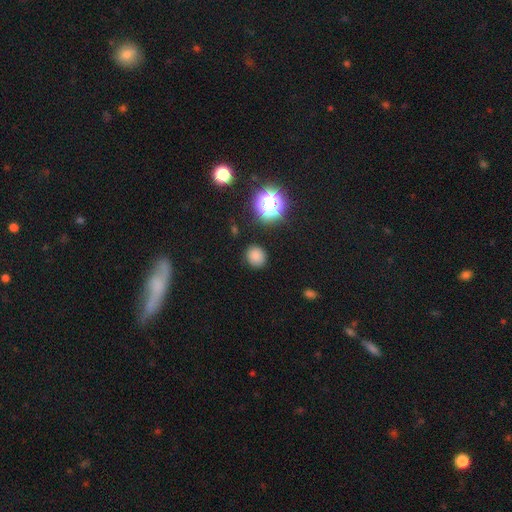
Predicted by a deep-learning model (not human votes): Q: Smooth or featured?
A: smooth (77%); runner-up: star or artifact (18%)
Q: How rounded?
A: round (76%); runner-up: in between (23%)
Q: Merging?
A: none (86%); runner-up: minor disturbance (9%)